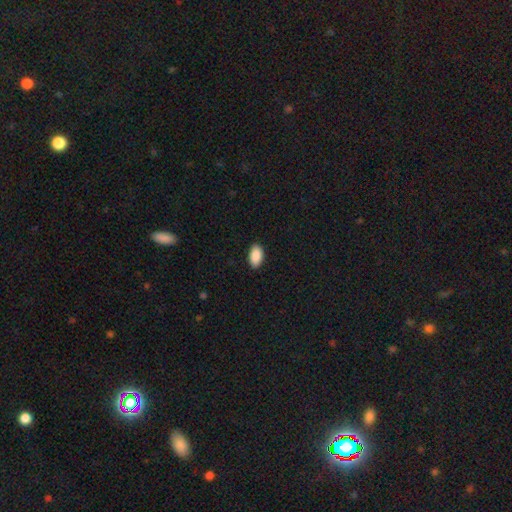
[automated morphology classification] smooth-or-featured: smooth: 90% | star or artifact: 7% | featured or disk: 3%
  how-rounded: in between: 95% | round: 3% | cigar-shaped: 2%
  merging: none: 89% | minor disturbance: 8% | major disturbance: 2% | merger: 1%